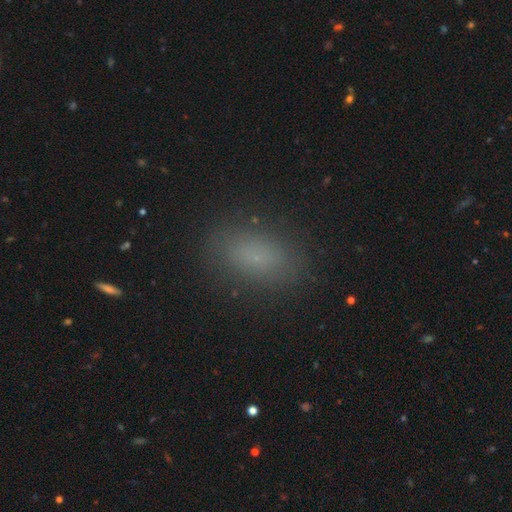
A smooth galaxy with no disk features (72%) that is in between round and cigar-shaped (83%).

Vote fractions:
- Smooth or featured? smooth: 72% / featured or disk: 18% / star or artifact: 10%
- How rounded? in between: 83% / cigar-shaped: 14% / round: 3%
- Merging? none: 83% / minor disturbance: 11% / major disturbance: 6% / merger: 0%